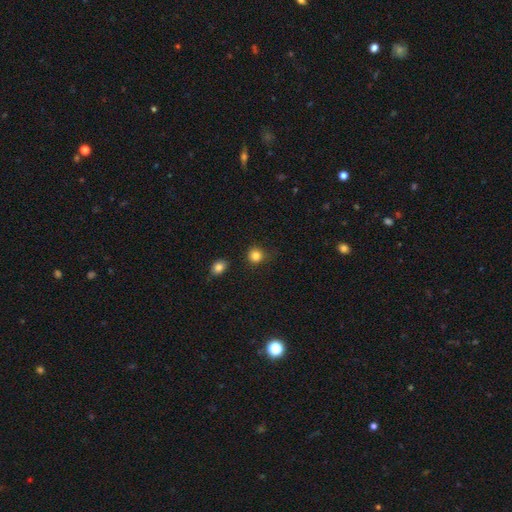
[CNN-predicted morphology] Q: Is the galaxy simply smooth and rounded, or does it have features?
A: smooth — 84%.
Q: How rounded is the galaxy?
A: round — 89%.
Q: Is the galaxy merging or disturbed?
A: none — 79%.